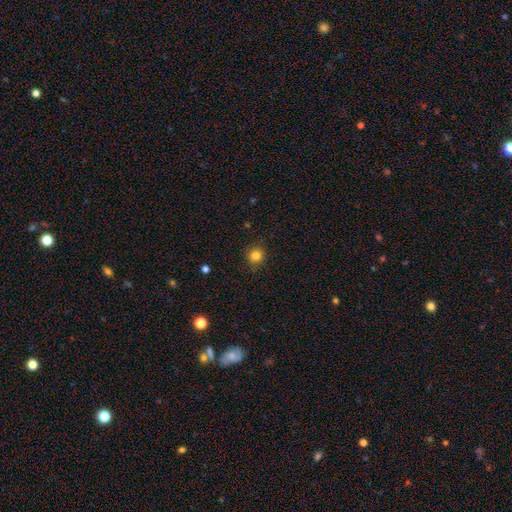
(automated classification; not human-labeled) A smooth galaxy with no disk features (83%) that is round (90%).

Vote fractions:
- Smooth or featured? smooth: 83% / star or artifact: 12% / featured or disk: 5%
- How rounded? round: 90% / in between: 9% / cigar-shaped: 1%
- Merging? none: 88% / minor disturbance: 9% / major disturbance: 2% / merger: 1%